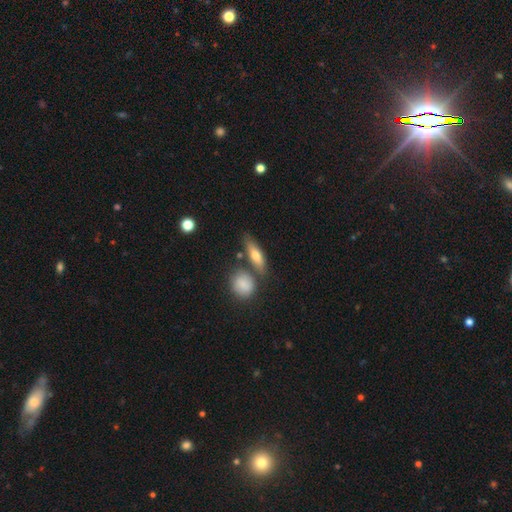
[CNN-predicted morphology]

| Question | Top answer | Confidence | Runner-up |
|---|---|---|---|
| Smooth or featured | smooth | 66% | featured or disk (26%) |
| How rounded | in between | 49% | cigar-shaped (44%) |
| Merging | none | 67% | merger (15%) |